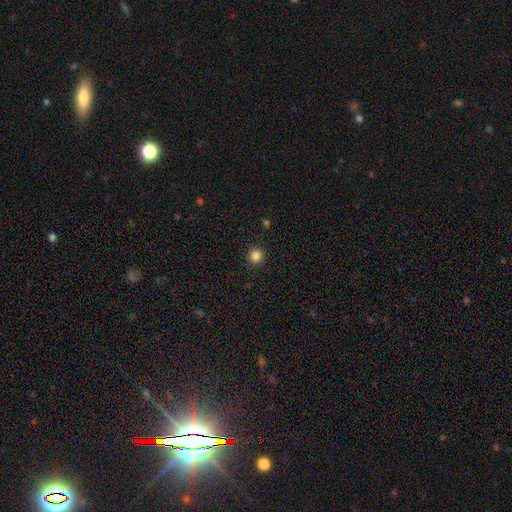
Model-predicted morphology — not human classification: smooth 85%, star or artifact 12%, featured or disk 3%. Down the decision tree: how rounded — round (95%); merging — none (93%).